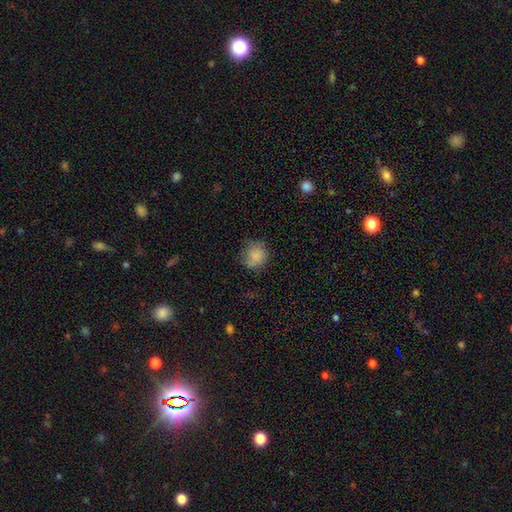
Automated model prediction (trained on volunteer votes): smooth_or_featured: smooth (p=0.82) [alt: star or artifact p=0.10]
how_rounded: round (p=0.79) [alt: in between p=0.20]
merging: none (p=0.66) [alt: minor disturbance p=0.23]